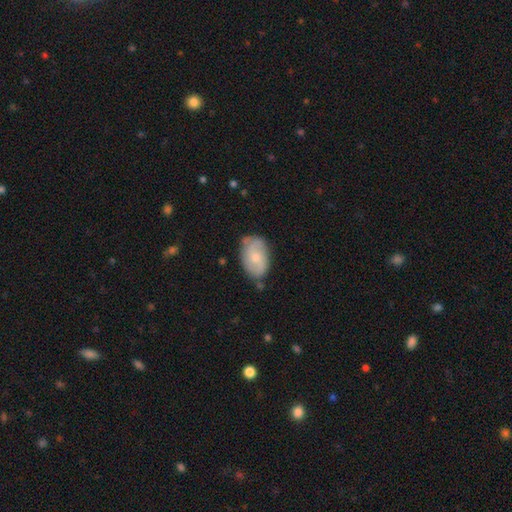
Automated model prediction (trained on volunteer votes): Q: Smooth or featured?
A: smooth (48%); runner-up: featured or disk (46%)
Q: Merging?
A: none (68%); runner-up: minor disturbance (23%)